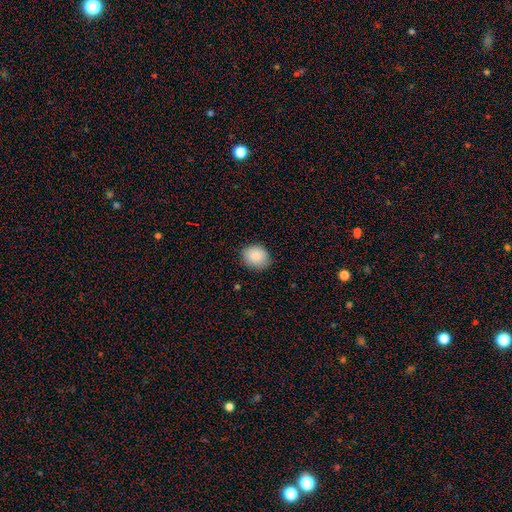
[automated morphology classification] The model was most divided on "how rounded": round: 53%, in between: 46%, cigar-shaped: 1%. More confident: smooth or featured — smooth (89%); merging — none (85%).